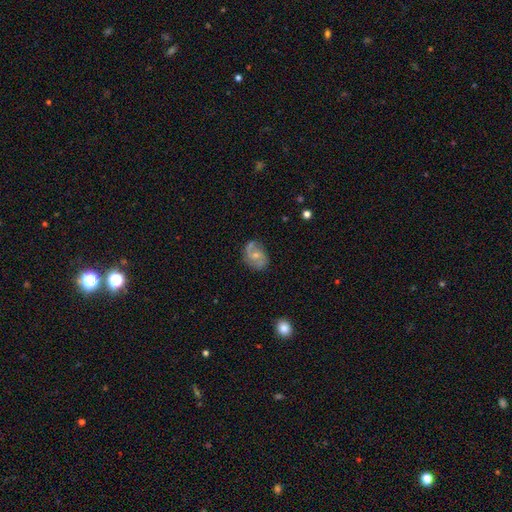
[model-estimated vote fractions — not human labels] Q: Smooth or featured?
A: featured or disk (69%); runner-up: smooth (24%)
Q: Edge-on disk?
A: no (97%); runner-up: yes (3%)
Q: Bar?
A: no (55%); runner-up: weak (38%)
Q: Spiral arms?
A: yes (89%); runner-up: no (11%)
Q: Spiral winding?
A: medium (45%); runner-up: loose (35%)
Q: Spiral arm count?
A: 2 (77%); runner-up: can't tell (10%)
Q: Bulge size?
A: small (54%); runner-up: moderate (41%)
Q: Merging?
A: none (64%); runner-up: minor disturbance (23%)